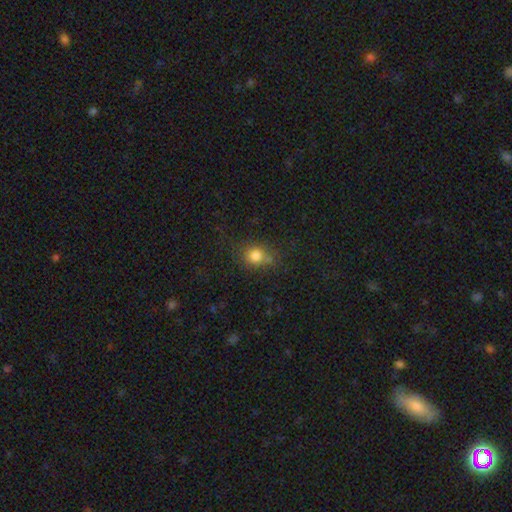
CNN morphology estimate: A smooth galaxy with no disk features (79%) that is round (67%).

Vote fractions:
- Smooth or featured? smooth: 79% / star or artifact: 13% / featured or disk: 8%
- How rounded? round: 67% / in between: 31% / cigar-shaped: 2%
- Merging? none: 67% / minor disturbance: 20% / major disturbance: 8% / merger: 5%